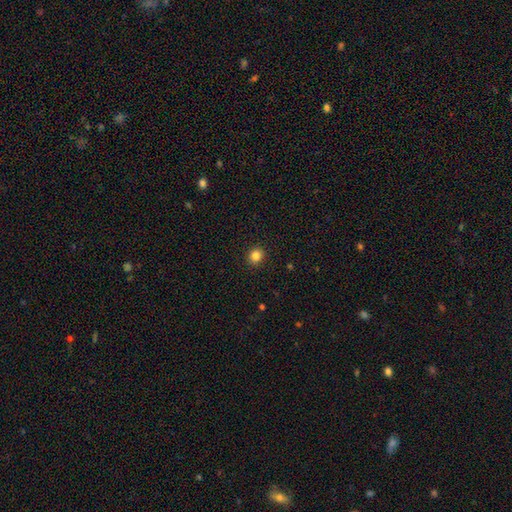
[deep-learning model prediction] Q: Smooth or featured?
A: smooth (84%); runner-up: star or artifact (12%)
Q: How rounded?
A: round (83%); runner-up: in between (16%)
Q: Merging?
A: none (92%); runner-up: minor disturbance (5%)